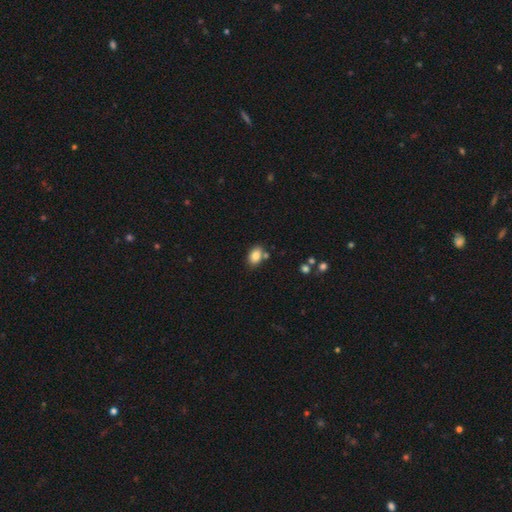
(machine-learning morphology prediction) Smooth or featured: smooth — 84% (star or artifact — 9%)
How rounded: in between — 84% (round — 15%)
Merging: none — 73% (minor disturbance — 13%)